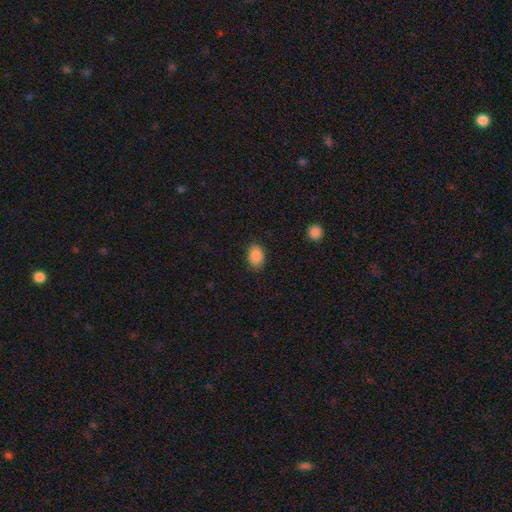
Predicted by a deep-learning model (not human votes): smooth_or_featured: smooth (p=0.88) [alt: star or artifact p=0.08]
how_rounded: in between (p=0.72) [alt: round p=0.27]
merging: none (p=0.82) [alt: minor disturbance p=0.14]